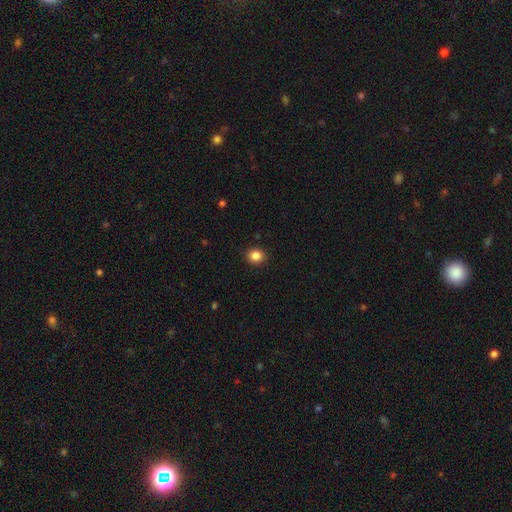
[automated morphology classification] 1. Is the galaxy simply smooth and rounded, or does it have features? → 86% smooth, 10% star or artifact, 4% featured or disk.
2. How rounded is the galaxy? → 77% round, 22% in between, 1% cigar-shaped.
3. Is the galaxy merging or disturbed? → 91% none, 6% minor disturbance, 2% major disturbance, 1% merger.